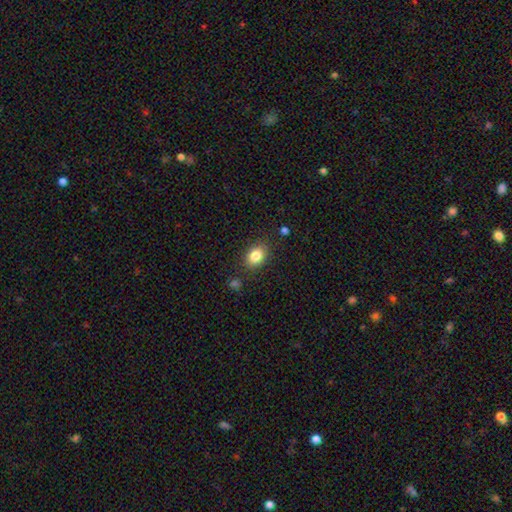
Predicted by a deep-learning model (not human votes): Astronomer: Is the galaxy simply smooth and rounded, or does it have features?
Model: smooth — 84%.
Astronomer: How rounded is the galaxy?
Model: in between — 70%.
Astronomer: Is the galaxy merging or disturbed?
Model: none — 83%.